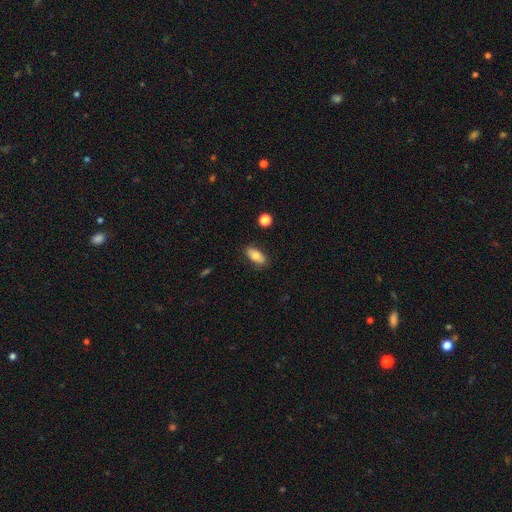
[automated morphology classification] The model was most divided on "smooth or featured": smooth: 75%, featured or disk: 17%, star or artifact: 8%. More confident: how rounded — in between (85%); merging — none (84%).